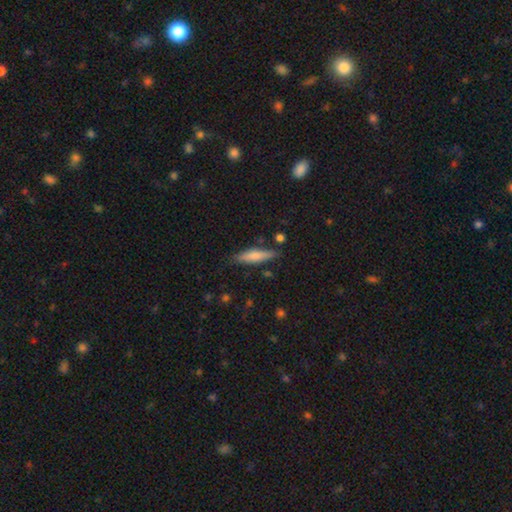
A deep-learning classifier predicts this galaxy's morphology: The model was most divided on "smooth or featured": smooth: 69%, featured or disk: 25%, star or artifact: 6%. More confident: merging — none (80%); how rounded — cigar-shaped (75%).